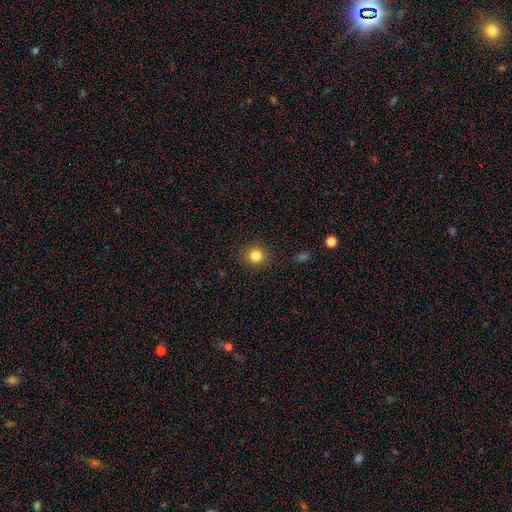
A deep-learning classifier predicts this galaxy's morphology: This is clearly a smooth galaxy (83%). How rounded: clearly round (89%). Merging: clearly none (90%).